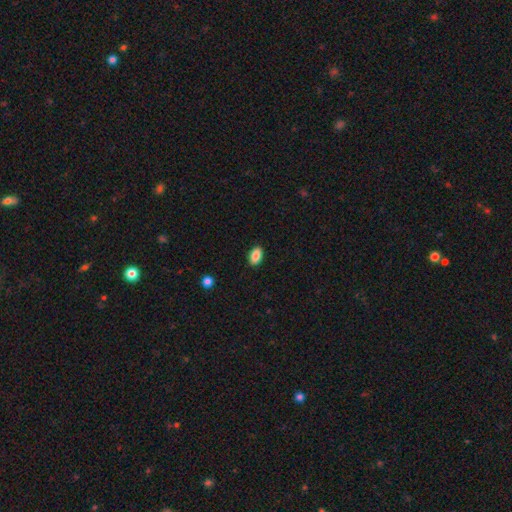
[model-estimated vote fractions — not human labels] Smooth or featured: smooth — 88% (star or artifact — 8%)
How rounded: in between — 92% (round — 6%)
Merging: none — 89% (minor disturbance — 8%)